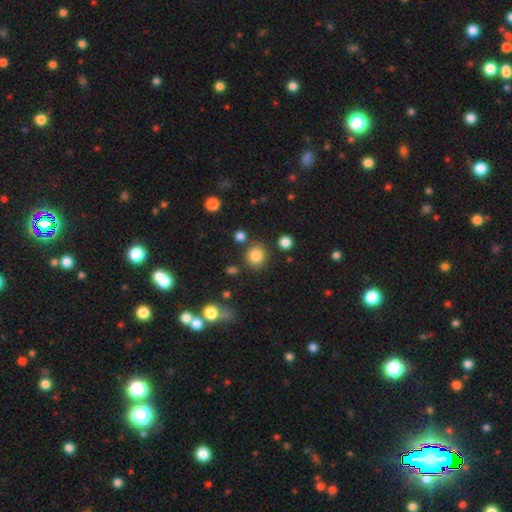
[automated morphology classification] Smooth or featured: smooth — 83% (star or artifact — 12%)
How rounded: round — 88% (in between — 11%)
Merging: none — 82% (minor disturbance — 9%)